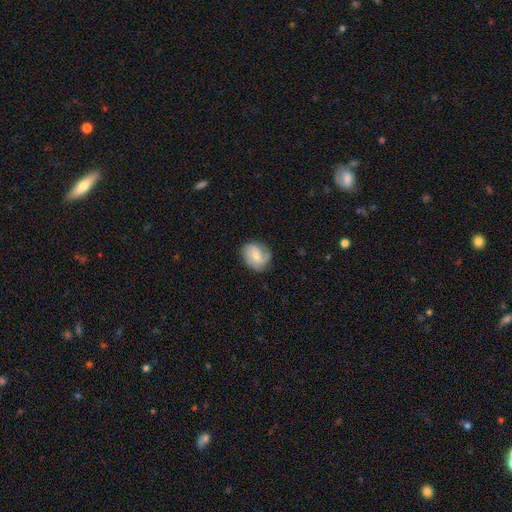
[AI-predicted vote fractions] Smooth or featured: smooth — 47% (featured or disk — 45%)
Merging: none — 70% (minor disturbance — 21%)